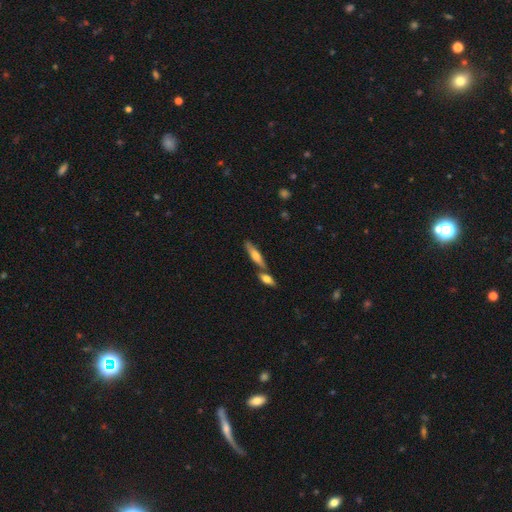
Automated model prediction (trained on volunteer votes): smooth 49%, featured or disk 44%, star or artifact 6%. Down the decision tree: merging — none (59%).